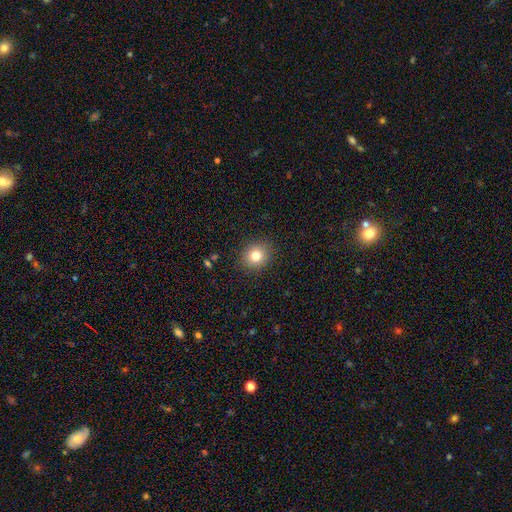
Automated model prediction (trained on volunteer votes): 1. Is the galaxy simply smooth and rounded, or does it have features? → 80% smooth, 12% star or artifact, 8% featured or disk.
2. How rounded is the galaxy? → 80% round, 19% in between, 1% cigar-shaped.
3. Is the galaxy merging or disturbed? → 89% none, 7% minor disturbance, 2% major disturbance, 1% merger.